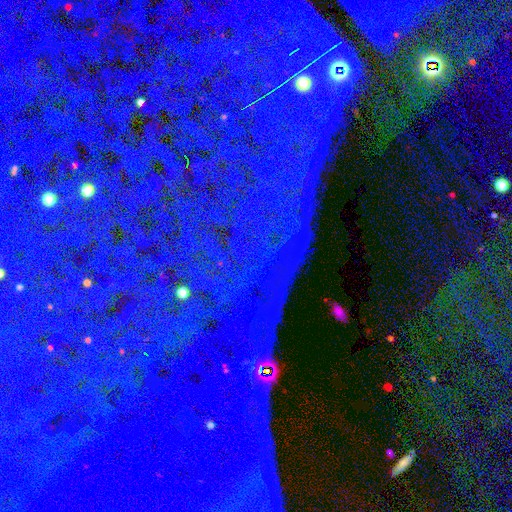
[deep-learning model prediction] This appears to be a star or artifact, not a galaxy (85%).